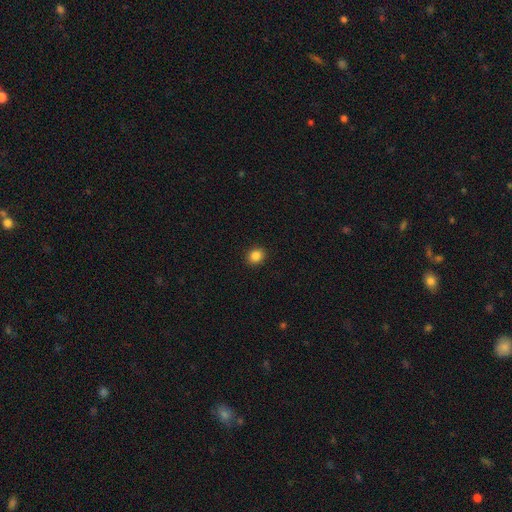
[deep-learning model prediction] smooth-or-featured: smooth: 86% | star or artifact: 11% | featured or disk: 4%
  how-rounded: round: 73% | in between: 26% | cigar-shaped: 1%
  merging: none: 92% | minor disturbance: 6% | major disturbance: 2% | merger: 1%